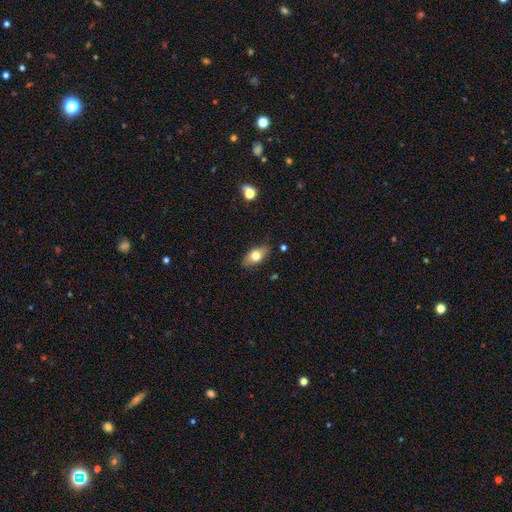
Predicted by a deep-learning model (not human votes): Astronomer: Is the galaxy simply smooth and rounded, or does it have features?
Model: smooth — 68%.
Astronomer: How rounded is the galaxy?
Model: in between — 83%.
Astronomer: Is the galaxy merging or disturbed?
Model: none — 82%.